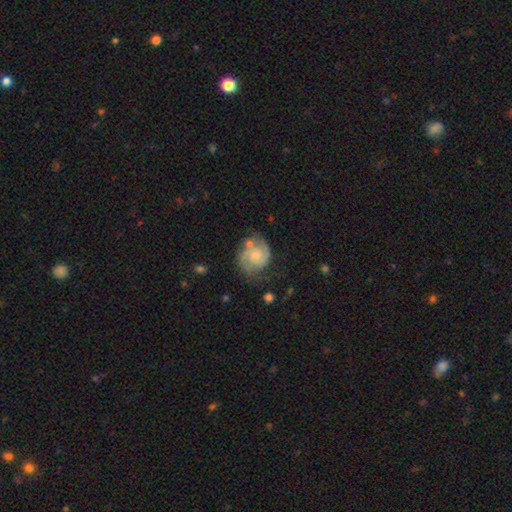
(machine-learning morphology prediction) Q: Smooth or featured?
A: featured or disk (73%); runner-up: smooth (21%)
Q: Edge-on disk?
A: no (98%); runner-up: yes (2%)
Q: Bar?
A: no (70%); runner-up: weak (27%)
Q: Spiral arms?
A: yes (93%); runner-up: no (7%)
Q: Spiral winding?
A: tight (45%); runner-up: medium (41%)
Q: Spiral arm count?
A: 2 (77%); runner-up: can't tell (11%)
Q: Bulge size?
A: small (58%); runner-up: moderate (32%)
Q: Merging?
A: none (57%); runner-up: minor disturbance (23%)